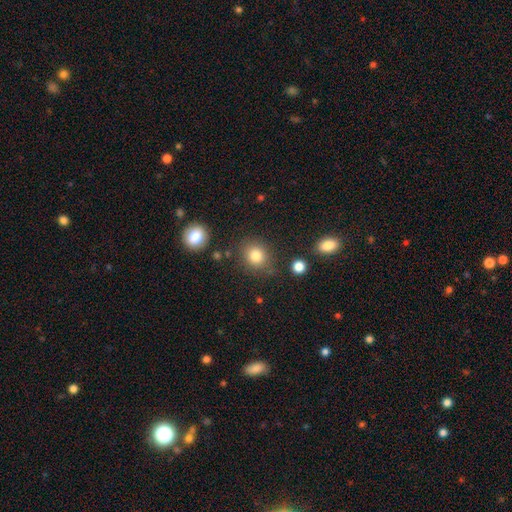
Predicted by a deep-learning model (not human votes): smooth-or-featured: smooth: 82% | star or artifact: 12% | featured or disk: 7%
  how-rounded: round: 77% | in between: 22% | cigar-shaped: 1%
  merging: none: 80% | minor disturbance: 11% | merger: 5% | major disturbance: 4%